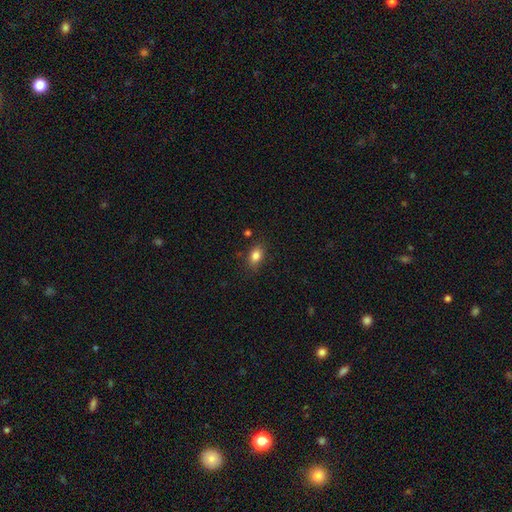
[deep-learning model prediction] Smooth or featured? Predicted: smooth (p=0.83). How rounded? Predicted: in between (p=0.78). Merging? Predicted: none (p=0.80).